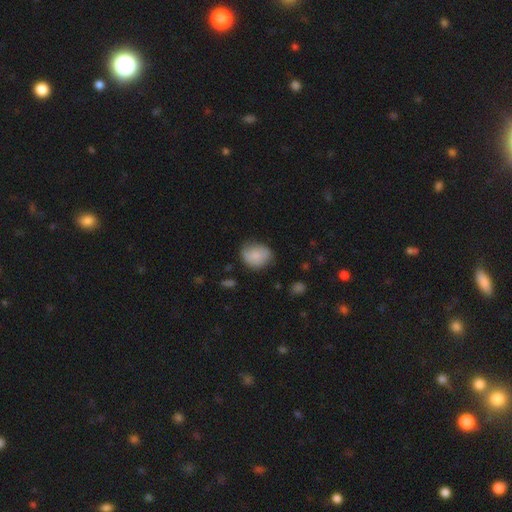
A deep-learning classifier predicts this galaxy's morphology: Q: Smooth or featured?
A: smooth (79%); runner-up: featured or disk (14%)
Q: How rounded?
A: round (54%); runner-up: in between (45%)
Q: Merging?
A: none (64%); runner-up: minor disturbance (27%)